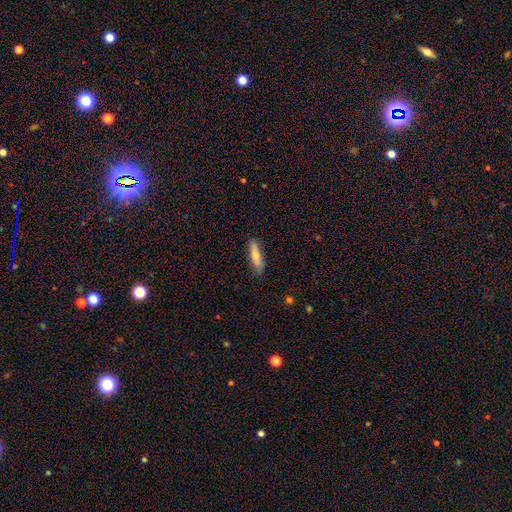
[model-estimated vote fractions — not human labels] A smooth galaxy with no disk features (74%) that is cigar-shaped (65%). Merging: none (85%).